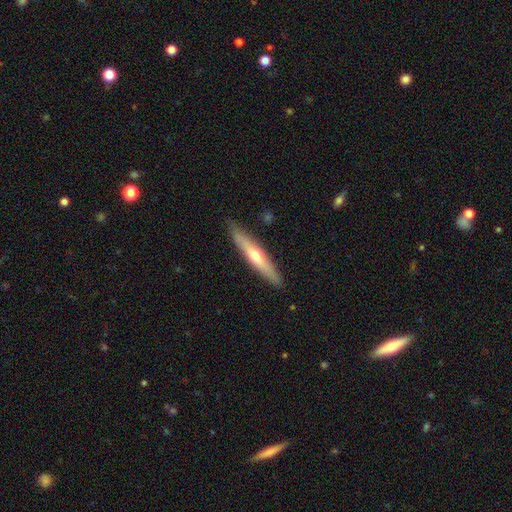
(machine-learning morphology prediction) A featured or disk galaxy (53%) viewed edge-on (91%). Merging: none (87%).